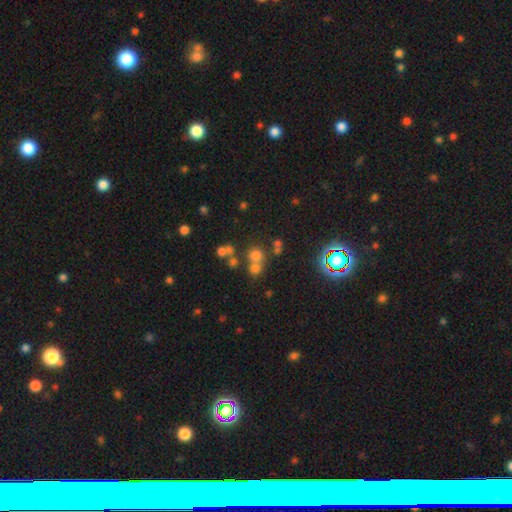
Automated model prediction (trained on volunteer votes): Smooth or featured: smooth — 58% (star or artifact — 28%)
How rounded: round — 87% (in between — 12%)
Merging: none — 53% (merger — 35%)